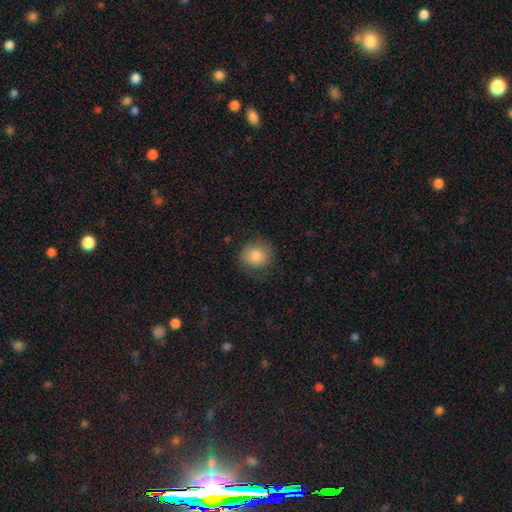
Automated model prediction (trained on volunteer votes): Smooth or featured? smooth (82%)
How rounded? round (84%)
Merging? none (78%)